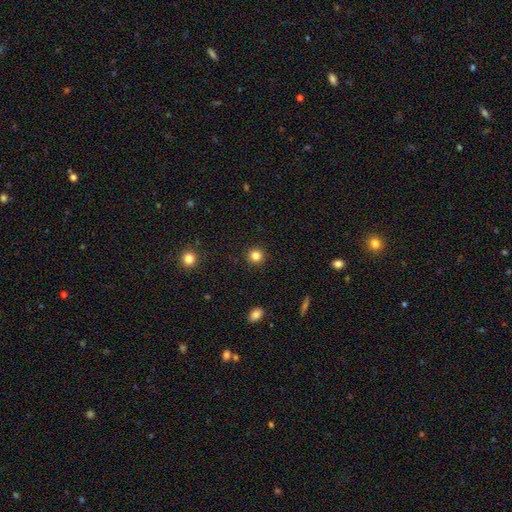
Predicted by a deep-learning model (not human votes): This appears to be a smooth galaxy with no disk features (82%) that is round (94%). Merging: none (92%).